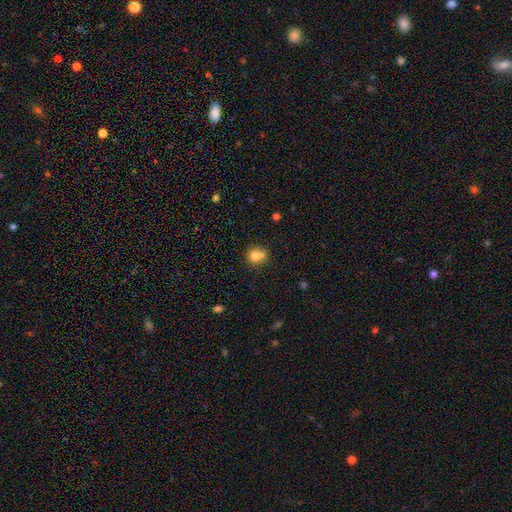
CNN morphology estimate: Smooth or featured? Predicted: smooth (p=0.73). How rounded? Predicted: round (p=0.81). Merging? Predicted: none (p=0.43).